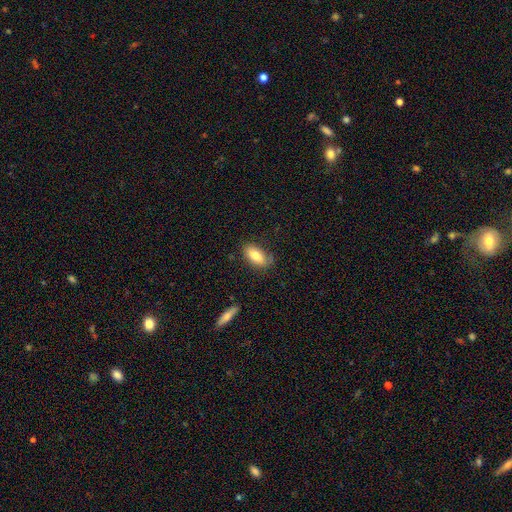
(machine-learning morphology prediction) Overall: smooth (78%). How rounded: in between (90%). Merging: none (73%).